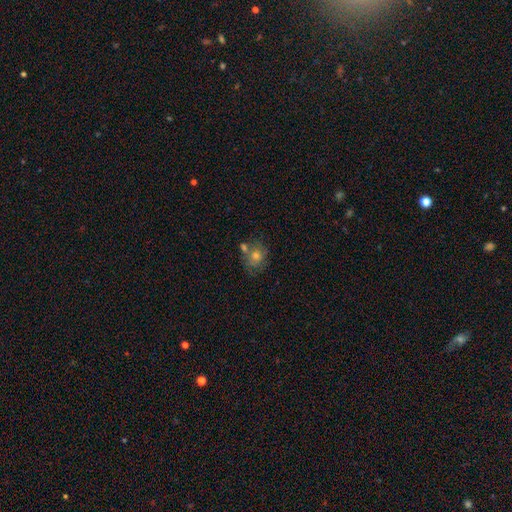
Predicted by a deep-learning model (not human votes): Smooth or featured?
  - smooth: 54% *
  - featured or disk: 29%
  - star or artifact: 17%
How rounded?
  - round: 68% *
  - in between: 31%
  - cigar-shaped: 1%
Merging?
  - none: 59% *
  - merger: 18%
  - minor disturbance: 17%
  - major disturbance: 7%